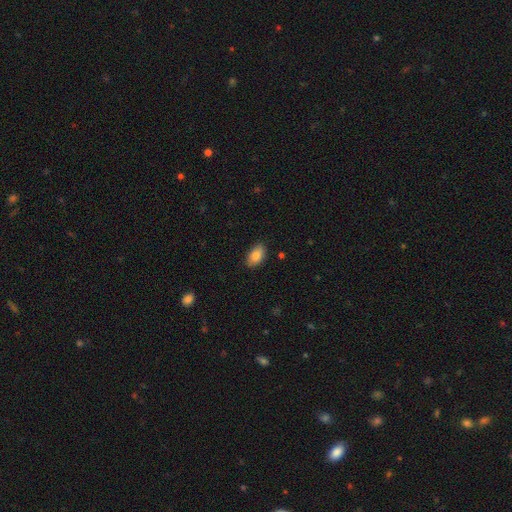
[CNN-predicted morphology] This appears to be a smooth galaxy with no disk features (84%) that is in between round and cigar-shaped (91%). Merging: none (86%).